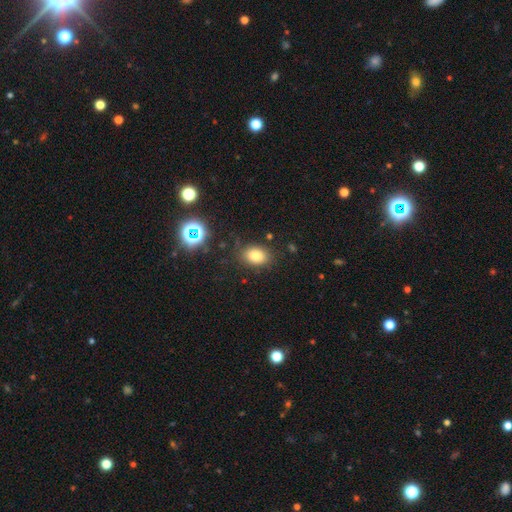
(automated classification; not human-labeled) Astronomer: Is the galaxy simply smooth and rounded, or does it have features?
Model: smooth — 79%.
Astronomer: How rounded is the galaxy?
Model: in between — 76%.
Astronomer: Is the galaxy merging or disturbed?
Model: none — 81%.